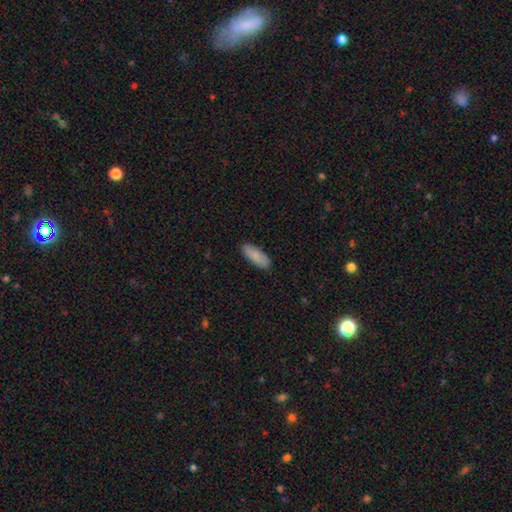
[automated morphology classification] A smooth galaxy with no disk features (87%) that is in between round and cigar-shaped (73%).

Vote fractions:
- Smooth or featured? smooth: 87% / featured or disk: 8% / star or artifact: 6%
- How rounded? in between: 73% / cigar-shaped: 25% / round: 2%
- Merging? none: 88% / minor disturbance: 10% / major disturbance: 2% / merger: 1%